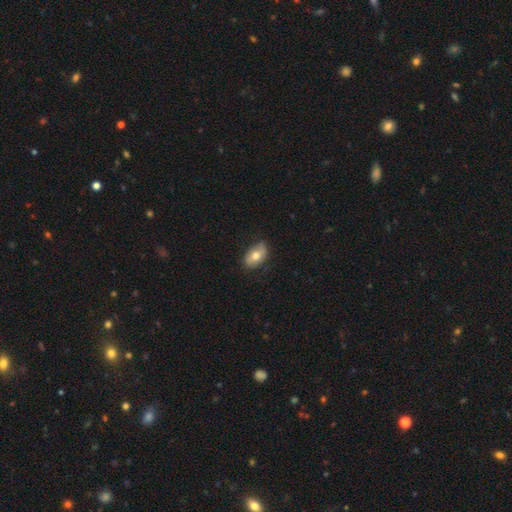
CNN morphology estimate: Smooth or featured: smooth — 69% (featured or disk — 24%)
How rounded: in between — 90% (round — 8%)
Merging: none — 75% (minor disturbance — 20%)